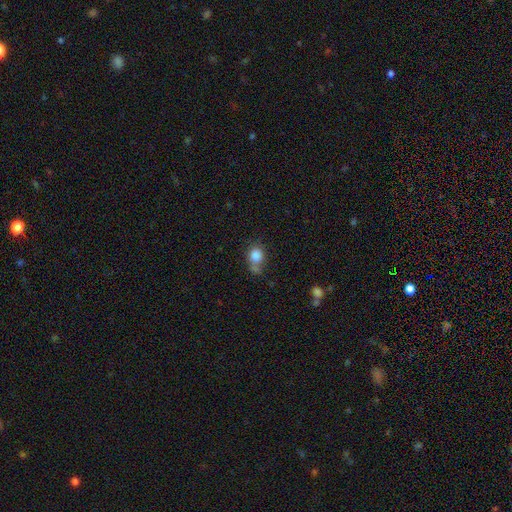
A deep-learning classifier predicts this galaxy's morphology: smooth-or-featured: smooth: 83% | star or artifact: 10% | featured or disk: 8%
  how-rounded: round: 68% | in between: 30% | cigar-shaped: 1%
  merging: none: 49% | minor disturbance: 23% | merger: 18% | major disturbance: 10%